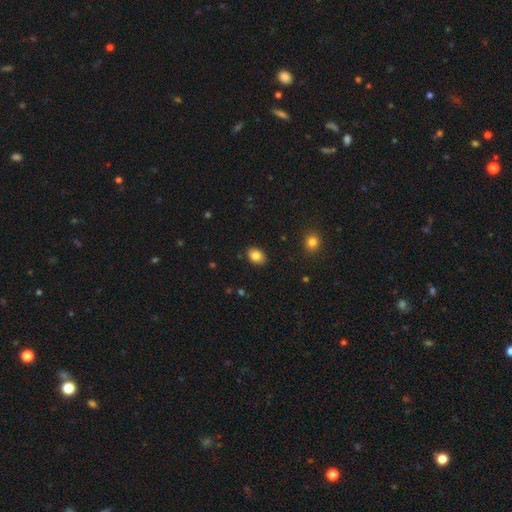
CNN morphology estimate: A smooth galaxy with no disk features (83%) that is in between round and cigar-shaped (69%).

Vote fractions:
- Smooth or featured? smooth: 83% / star or artifact: 9% / featured or disk: 8%
- How rounded? in between: 69% / round: 30% / cigar-shaped: 1%
- Merging? none: 88% / minor disturbance: 8% / major disturbance: 2% / merger: 1%